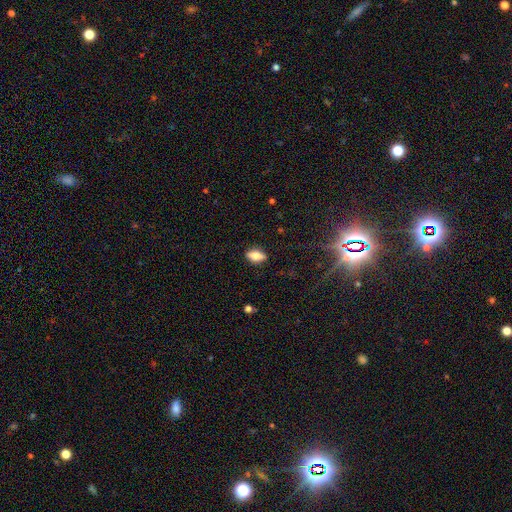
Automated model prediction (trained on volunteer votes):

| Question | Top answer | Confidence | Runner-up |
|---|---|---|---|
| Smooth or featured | smooth | 70% | featured or disk (22%) |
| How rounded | in between | 82% | cigar-shaped (12%) |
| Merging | none | 86% | minor disturbance (10%) |